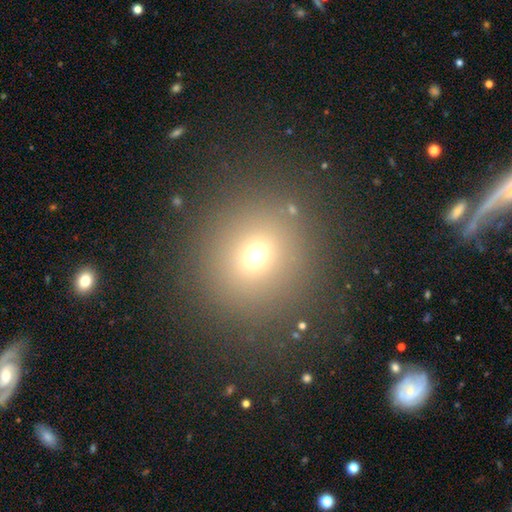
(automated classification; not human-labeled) Smooth or featured?
  - smooth: 67% *
  - star or artifact: 24%
  - featured or disk: 10%
How rounded?
  - round: 91% *
  - in between: 8%
  - cigar-shaped: 1%
Merging?
  - none: 87% *
  - minor disturbance: 7%
  - major disturbance: 4%
  - merger: 3%